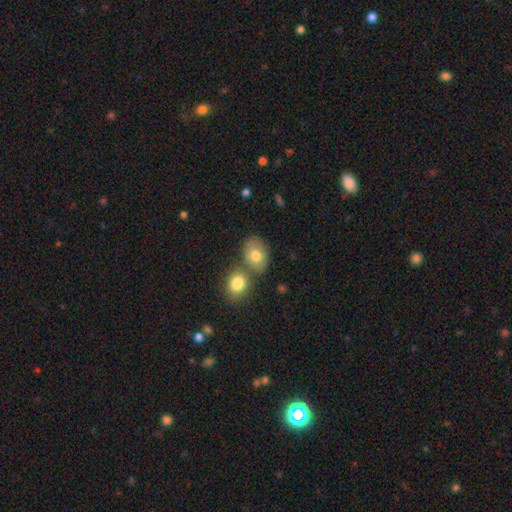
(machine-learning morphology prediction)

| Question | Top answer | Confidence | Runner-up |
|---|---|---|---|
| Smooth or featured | smooth | 75% | featured or disk (17%) |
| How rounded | in between | 70% | round (29%) |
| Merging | none | 53% | merger (31%) |